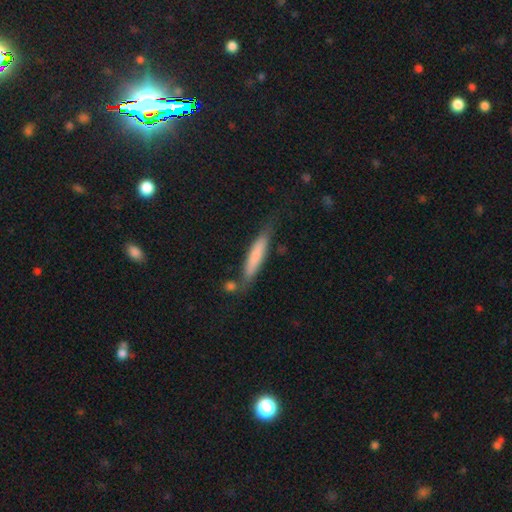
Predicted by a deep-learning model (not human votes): Smooth or featured?
  - smooth: 73% *
  - featured or disk: 21%
  - star or artifact: 6%
How rounded?
  - cigar-shaped: 88% *
  - in between: 10%
  - round: 1%
Merging?
  - none: 68% *
  - minor disturbance: 19%
  - merger: 8%
  - major disturbance: 5%